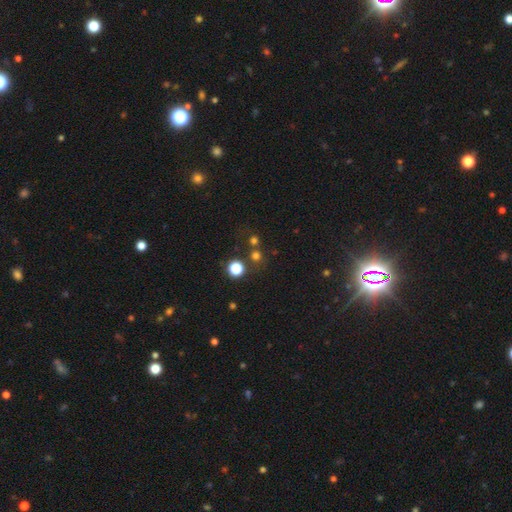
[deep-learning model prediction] Overall: smooth (64%; star or artifact 29%). How rounded: round (91%). Merging: none (69%).